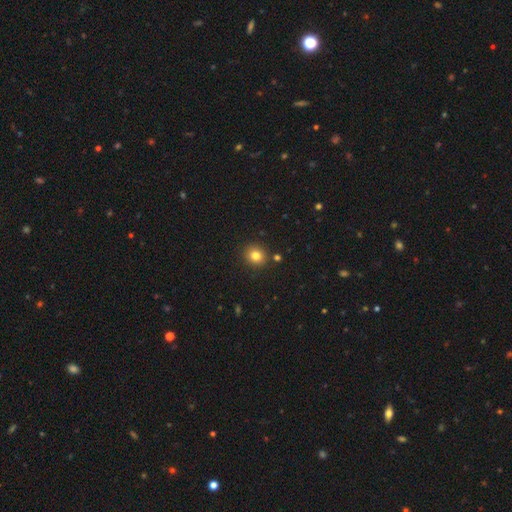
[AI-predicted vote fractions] A smooth galaxy with no disk features (81%) that is round (83%). Merging: none (87%).